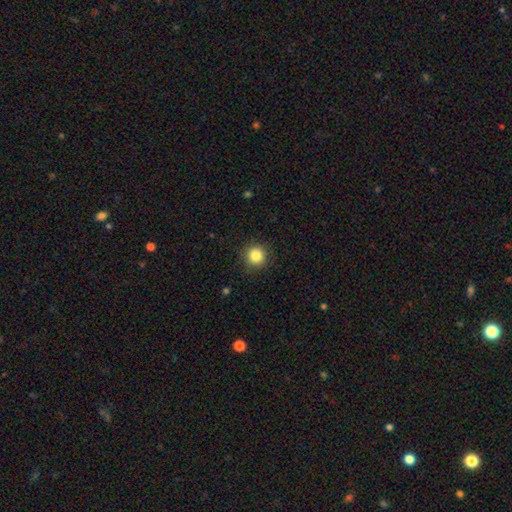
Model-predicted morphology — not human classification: type=smooth (85%); roundness=round (94%); merging=none (90%).